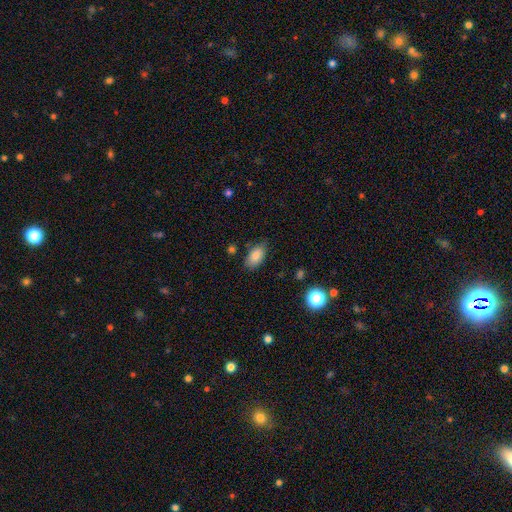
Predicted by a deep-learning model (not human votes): smooth_or_featured: smooth (p=0.83) [alt: featured or disk p=0.08]
how_rounded: in between (p=0.93) [alt: round p=0.05]
merging: none (p=0.74) [alt: minor disturbance p=0.20]